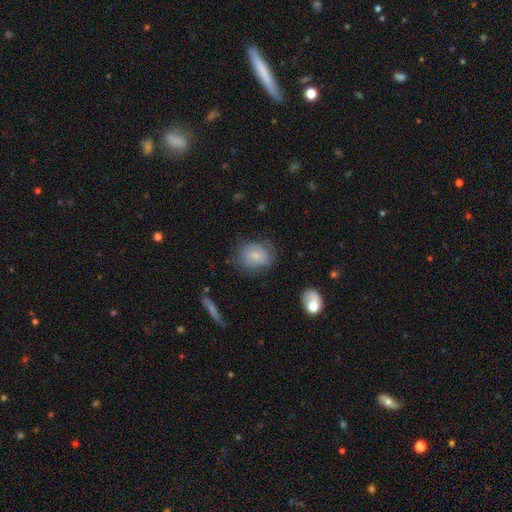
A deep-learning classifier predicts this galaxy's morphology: smooth 68%, featured or disk 24%, star or artifact 8%. Down the decision tree: how rounded — round (62%); merging — none (61%).